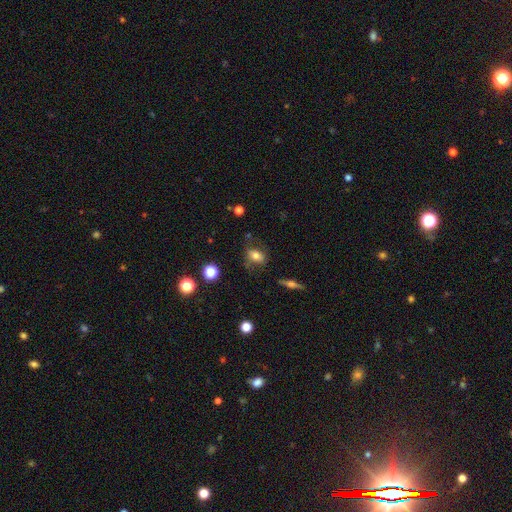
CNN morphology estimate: Smooth or featured: smooth — 66% (featured or disk — 23%)
How rounded: in between — 74% (round — 23%)
Merging: none — 63% (minor disturbance — 23%)